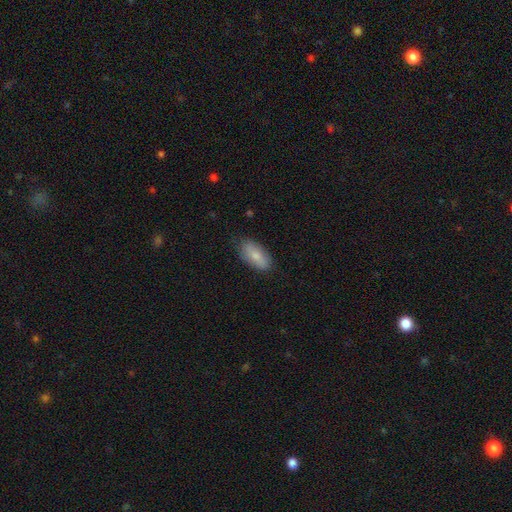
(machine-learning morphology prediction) Smooth or featured: smooth — 79% (featured or disk — 15%)
How rounded: in between — 90% (cigar-shaped — 7%)
Merging: none — 78% (minor disturbance — 18%)